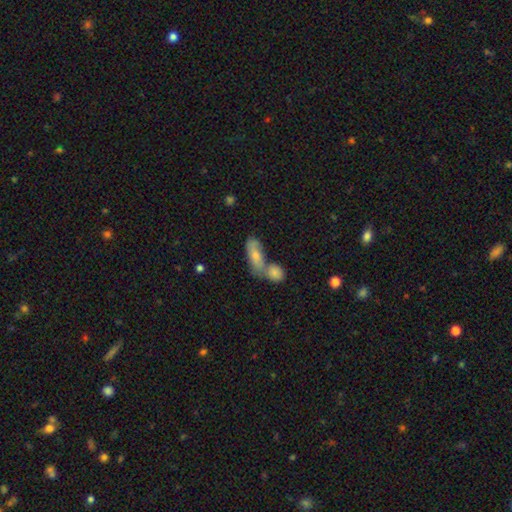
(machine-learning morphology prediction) smooth_or_featured: smooth (p=0.62) [alt: featured or disk p=0.28]
how_rounded: in between (p=0.70) [alt: cigar-shaped p=0.22]
merging: merger (p=0.51) [alt: none p=0.34]